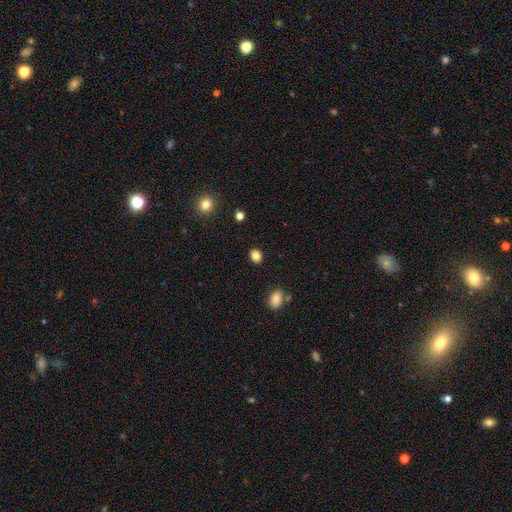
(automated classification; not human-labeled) Smooth or featured: smooth — 84% (star or artifact — 11%)
How rounded: in between — 51% (round — 48%)
Merging: none — 89% (minor disturbance — 8%)